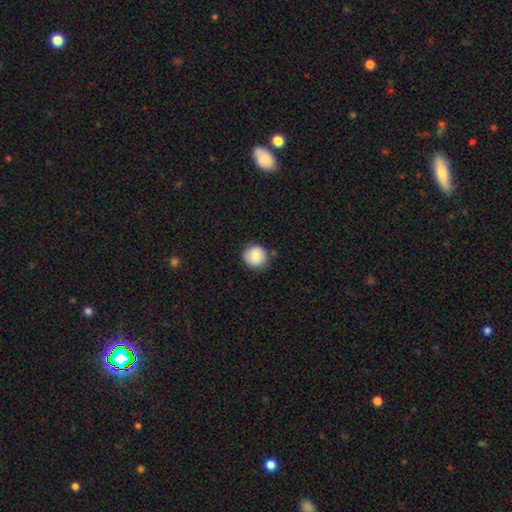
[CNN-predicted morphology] Q: Smooth or featured?
A: smooth (84%); runner-up: featured or disk (8%)
Q: How rounded?
A: round (93%); runner-up: in between (6%)
Q: Merging?
A: none (83%); runner-up: minor disturbance (12%)